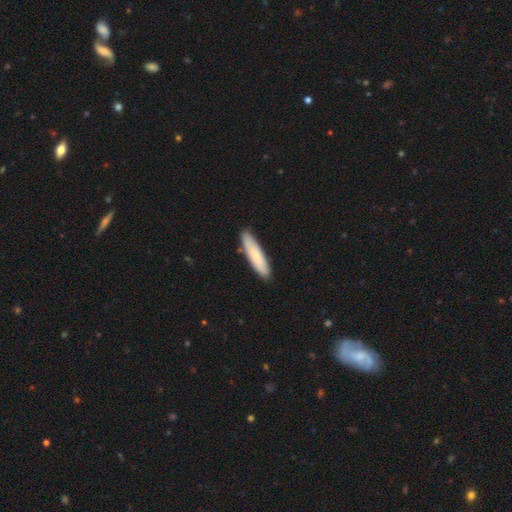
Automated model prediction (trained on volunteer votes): smooth-or-featured: smooth: 74% | featured or disk: 21% | star or artifact: 6%
  how-rounded: cigar-shaped: 80% | in between: 19% | round: 1%
  merging: none: 87% | minor disturbance: 10% | merger: 2% | major disturbance: 2%